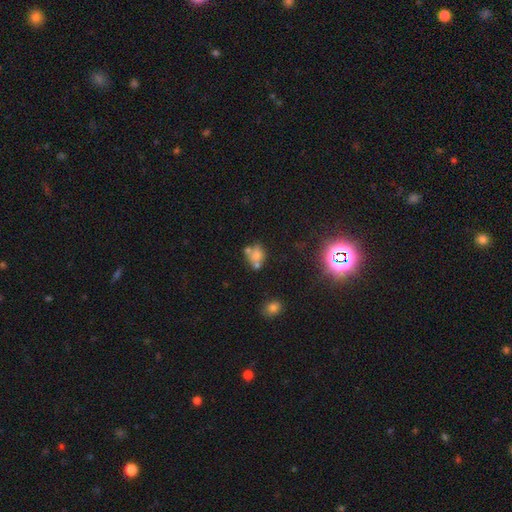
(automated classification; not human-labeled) smooth_or_featured: smooth (p=0.65) [alt: featured or disk p=0.19]
how_rounded: round (p=0.52) [alt: in between p=0.47]
merging: none (p=0.43) [alt: merger p=0.36]